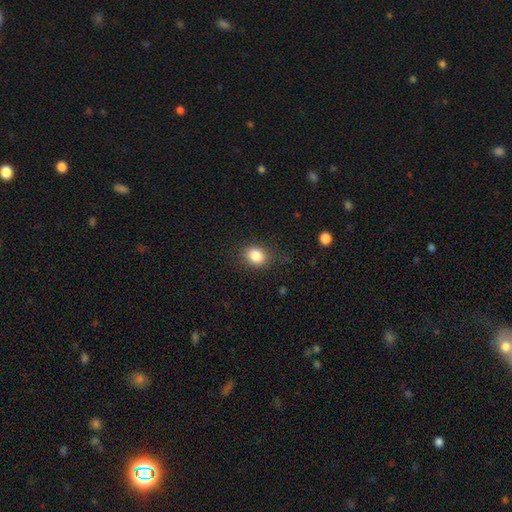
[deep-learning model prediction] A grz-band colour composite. It shows a smooth galaxy with no disk features (84%) that is round (54%). Merging: none (79%).